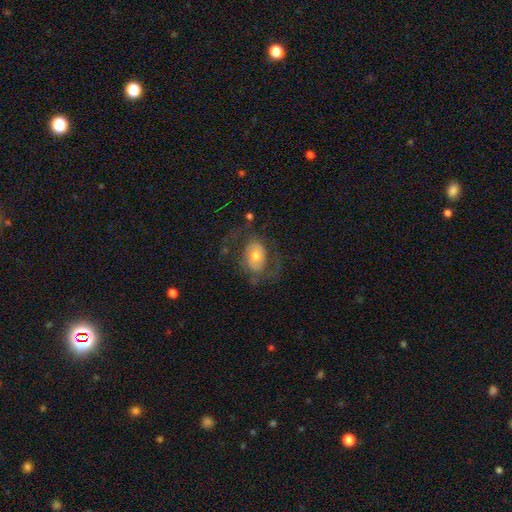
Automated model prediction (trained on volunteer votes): The model was most divided on "smooth or featured": featured or disk: 49%, smooth: 42%, star or artifact: 9%. More confident: merging — none (54%).